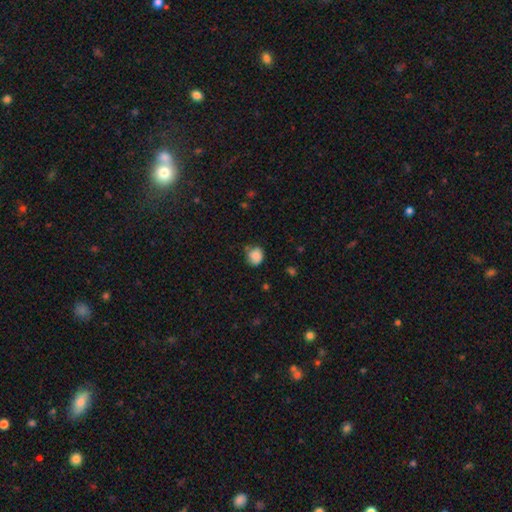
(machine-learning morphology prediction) smooth-or-featured: smooth: 82% | featured or disk: 9% | star or artifact: 9%
  how-rounded: round: 69% | in between: 30% | cigar-shaped: 1%
  merging: none: 59% | minor disturbance: 30% | major disturbance: 7% | merger: 4%